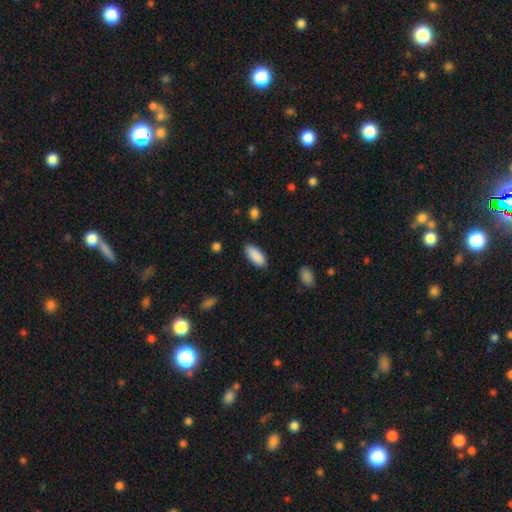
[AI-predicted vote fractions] Smooth or featured? Predicted: smooth (p=0.90). How rounded? Predicted: in between (p=0.80). Merging? Predicted: none (p=0.87).